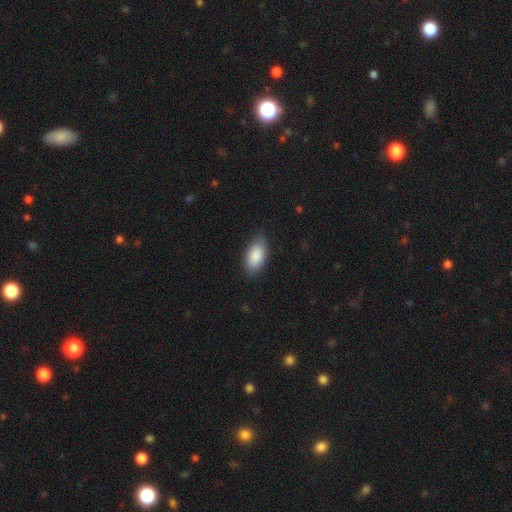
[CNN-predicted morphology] smooth-or-featured: smooth: 88% | star or artifact: 6% | featured or disk: 6%
  how-rounded: in between: 94% | cigar-shaped: 3% | round: 3%
  merging: none: 82% | minor disturbance: 14% | major disturbance: 3% | merger: 1%